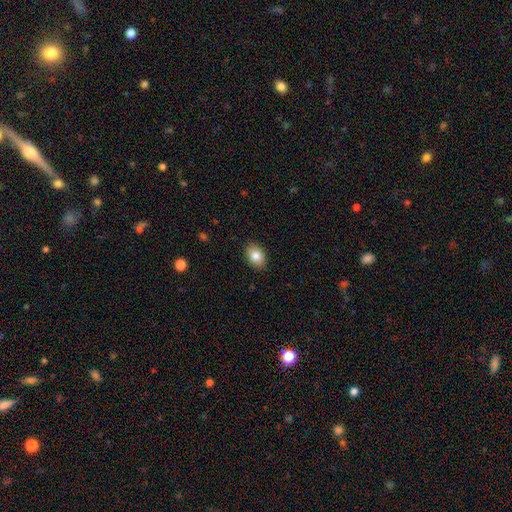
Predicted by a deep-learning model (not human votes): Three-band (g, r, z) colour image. It shows a smooth galaxy with no disk features (84%) that is in between round and cigar-shaped (82%). Merging: none (89%).